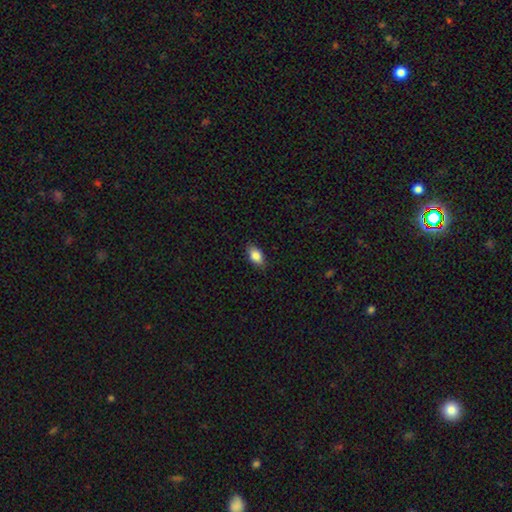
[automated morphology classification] The model was most divided on "merging": none: 86%, minor disturbance: 11%, major disturbance: 2%, merger: 1%. More confident: how rounded — in between (89%); smooth or featured — smooth (86%).